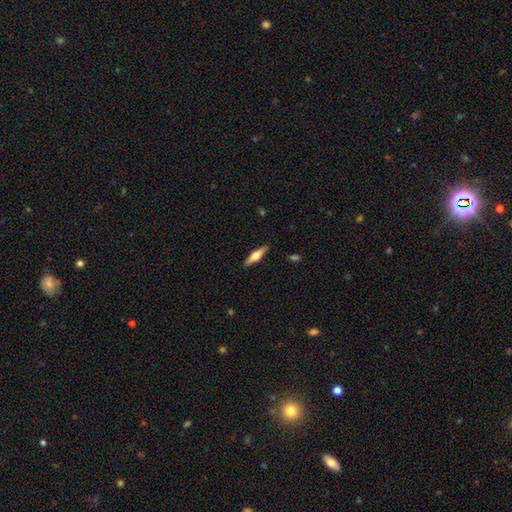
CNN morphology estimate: smooth_or_featured: featured or disk (p=0.51) [alt: smooth p=0.43]
disk_edge_on: yes (p=0.94) [alt: no p=0.06]
merging: none (p=0.89) [alt: minor disturbance p=0.08]